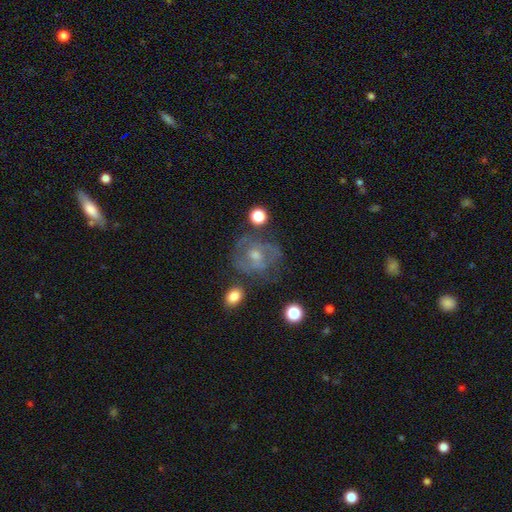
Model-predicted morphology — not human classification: featured or disk 69%, smooth 20%, star or artifact 11%. Down the decision tree: edge-on disk — no (97%); bar — no (52%); spiral arms — yes (77%); spiral arm count — 2 (45%); spiral winding — medium (43%); bulge size — small (50%); merging — none (65%).